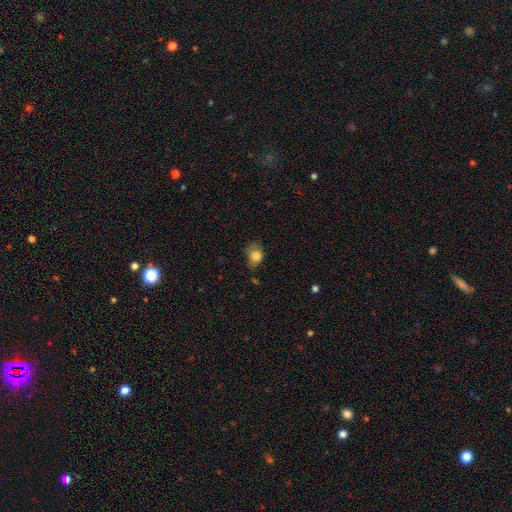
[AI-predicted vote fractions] Smooth or featured? Predicted: smooth (p=0.80). How rounded? Predicted: in between (p=0.55). Merging? Predicted: none (p=0.45).